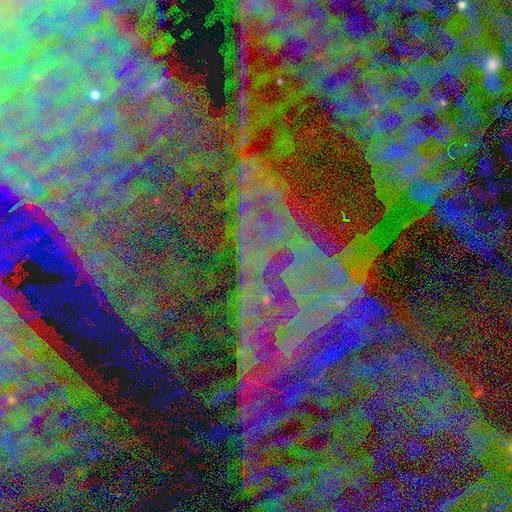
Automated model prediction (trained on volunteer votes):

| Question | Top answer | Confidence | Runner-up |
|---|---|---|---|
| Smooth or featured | star or artifact | 86% | featured or disk (7%) |